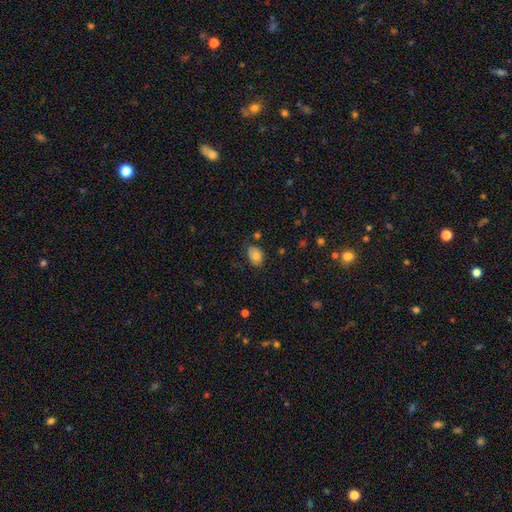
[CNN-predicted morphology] This appears to be a smooth galaxy with no disk features (77%) that is in between round and cigar-shaped (69%). Merging: none (69%).